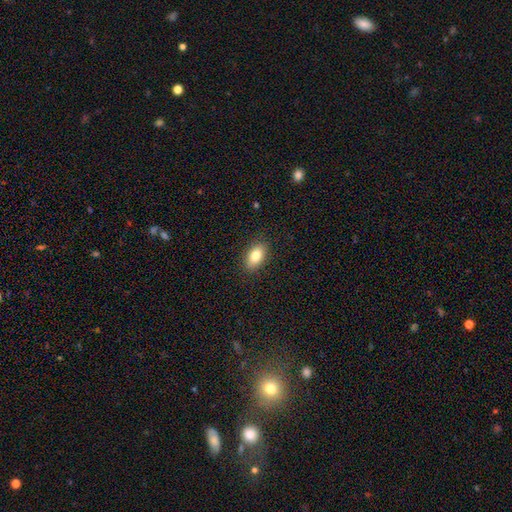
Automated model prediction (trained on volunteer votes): Smooth or featured: smooth — 81% (featured or disk — 12%)
How rounded: in between — 90% (round — 7%)
Merging: none — 88% (minor disturbance — 9%)